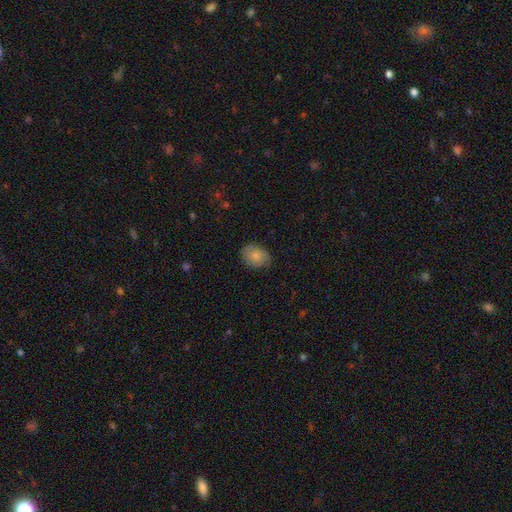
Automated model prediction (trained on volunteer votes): Q: Smooth or featured?
A: smooth (81%); runner-up: featured or disk (12%)
Q: How rounded?
A: in between (61%); runner-up: round (38%)
Q: Merging?
A: none (77%); runner-up: minor disturbance (18%)